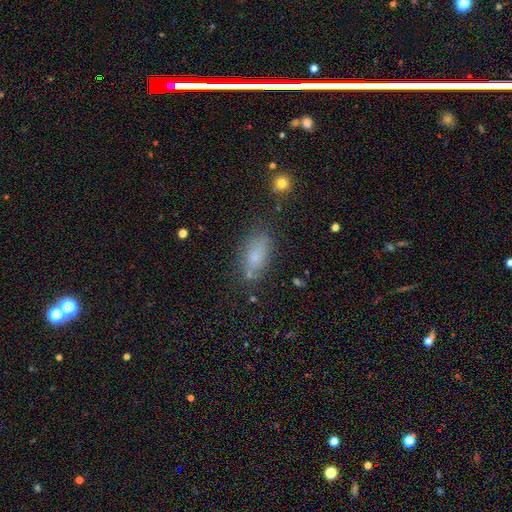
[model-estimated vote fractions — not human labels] Overall: smooth (72%). How rounded: in between (86%). Merging: none (70%).